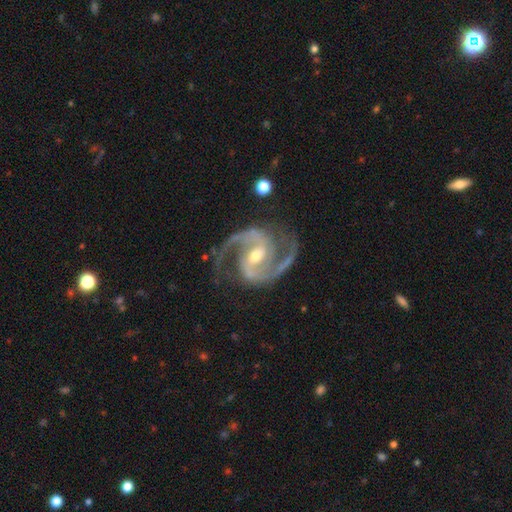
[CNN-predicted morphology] A featured or disk galaxy (94%) with a weak bar (41%), 2 (93%) medium (67%) spiral arms (99%) and a moderate central bulge (59%).

Vote fractions:
- Smooth or featured? featured or disk: 94% / star or artifact: 4% / smooth: 2%
- Edge-on disk? no: 98% / yes: 2%
- Bar? weak: 41% / strong: 40% / no: 19%
- Spiral arms? yes: 99% / no: 1%
- Spiral winding? medium: 67% / tight: 22% / loose: 11%
- Spiral arm count? 2: 93% / 3: 2% / can't tell: 1% / 1: 1% / 4: 1% / more than 4: 1%
- Bulge size? moderate: 59% / small: 36% / large: 3% / none: 1% / dominant: 1%
- Merging? none: 79% / minor disturbance: 14% / major disturbance: 5% / merger: 2%